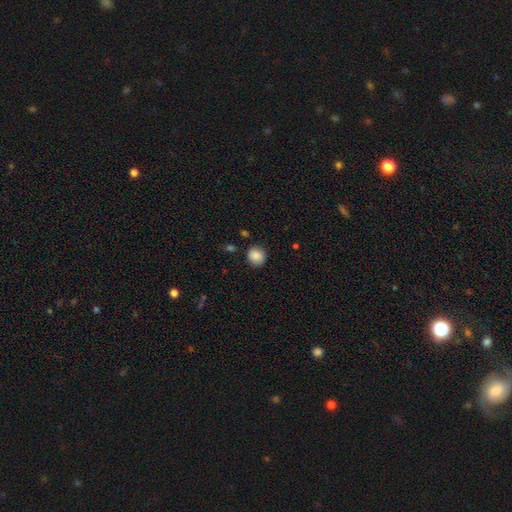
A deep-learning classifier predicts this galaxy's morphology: smooth 87%, star or artifact 9%, featured or disk 5%. Down the decision tree: how rounded — round (88%); merging — none (87%).